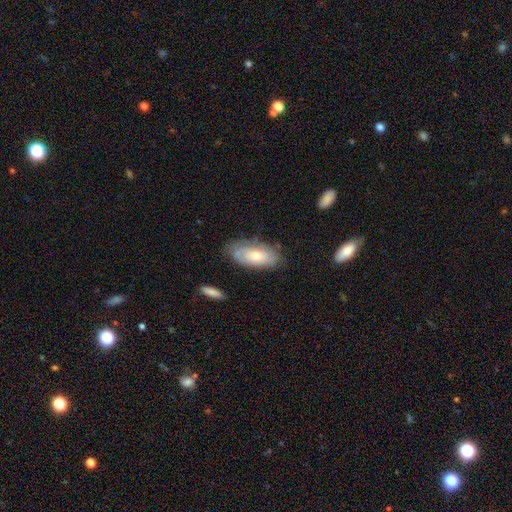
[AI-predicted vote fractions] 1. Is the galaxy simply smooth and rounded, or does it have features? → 47% featured or disk, 46% smooth, 7% star or artifact.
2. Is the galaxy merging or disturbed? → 66% none, 23% minor disturbance, 8% major disturbance, 3% merger.